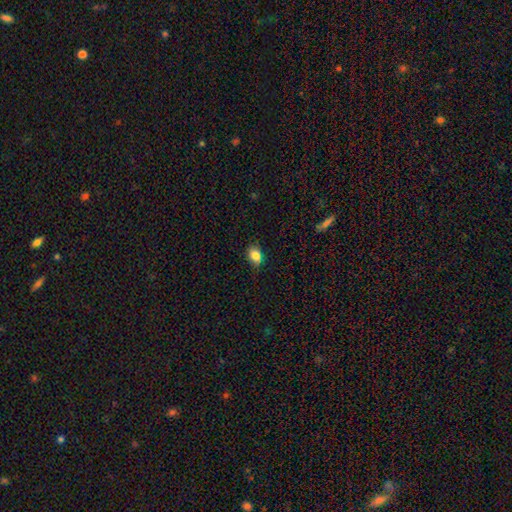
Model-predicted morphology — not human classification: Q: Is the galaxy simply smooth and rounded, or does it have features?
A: smooth — 84%.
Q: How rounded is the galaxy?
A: in between — 69%.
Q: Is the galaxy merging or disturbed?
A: none — 74%.